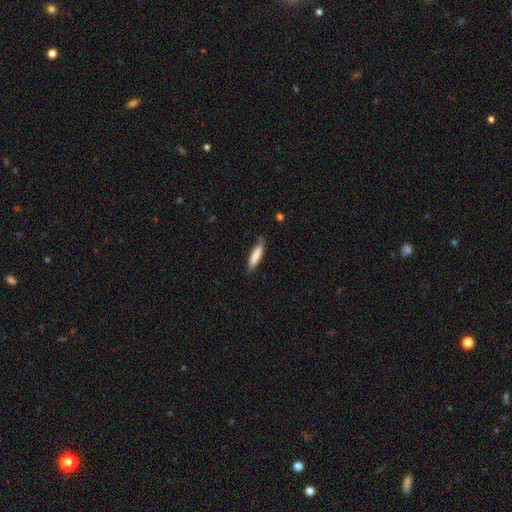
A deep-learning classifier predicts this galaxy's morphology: Q: Smooth or featured?
A: smooth (81%); runner-up: featured or disk (13%)
Q: How rounded?
A: cigar-shaped (78%); runner-up: in between (21%)
Q: Merging?
A: none (76%); runner-up: minor disturbance (20%)